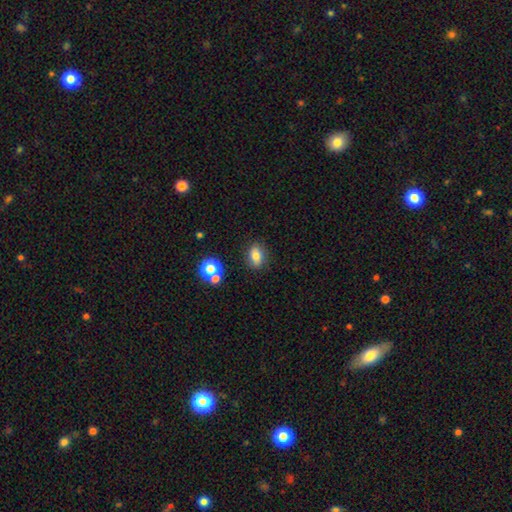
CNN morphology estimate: smooth-or-featured: smooth: 76% | featured or disk: 13% | star or artifact: 12%
  how-rounded: in between: 75% | round: 21% | cigar-shaped: 3%
  merging: none: 84% | minor disturbance: 10% | merger: 3% | major disturbance: 3%